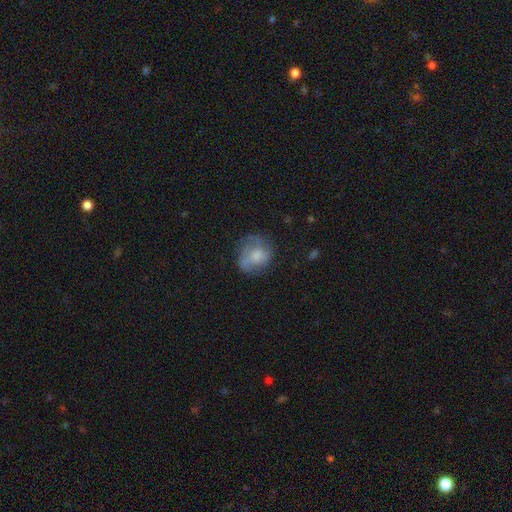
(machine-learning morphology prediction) Q: Smooth or featured?
A: smooth (56%); runner-up: featured or disk (35%)
Q: How rounded?
A: round (68%); runner-up: in between (31%)
Q: Merging?
A: none (57%); runner-up: minor disturbance (25%)